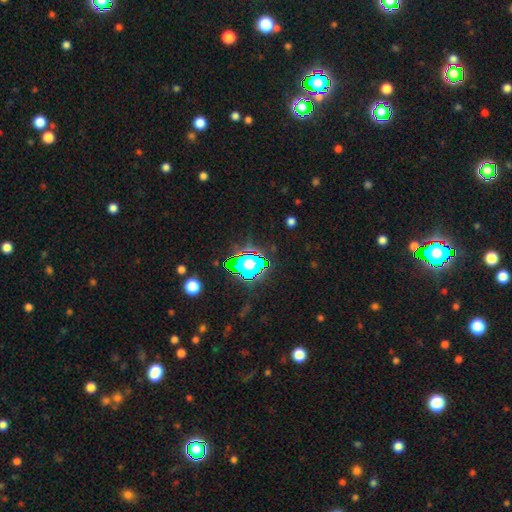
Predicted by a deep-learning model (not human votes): Smooth or featured? star or artifact (78%)